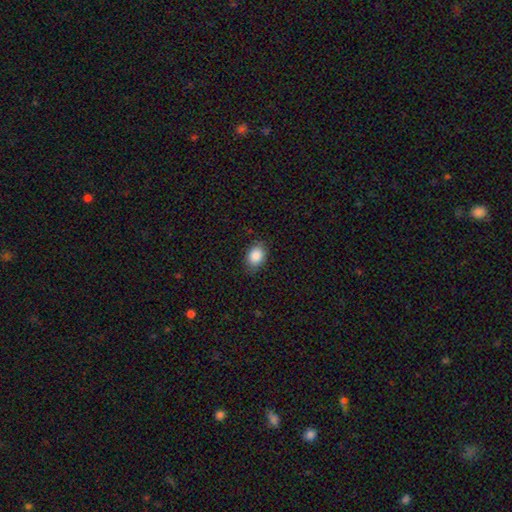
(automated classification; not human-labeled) Smooth or featured? Predicted: smooth (p=0.87). How rounded? Predicted: in between (p=0.74). Merging? Predicted: none (p=0.82).